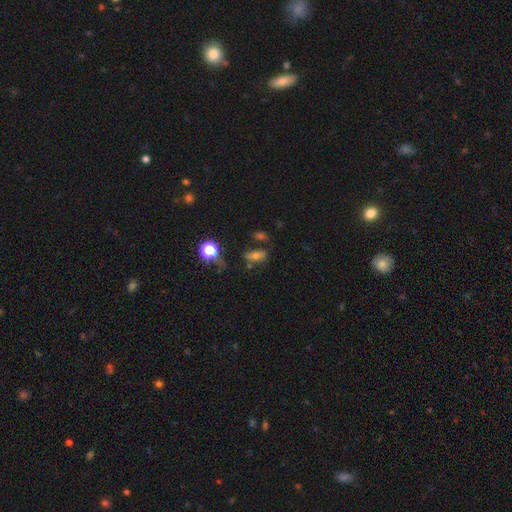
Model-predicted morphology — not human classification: smooth-or-featured: smooth: 57% | featured or disk: 22% | star or artifact: 21%
  how-rounded: in between: 76% | round: 14% | cigar-shaped: 10%
  merging: none: 56% | minor disturbance: 20% | merger: 12% | major disturbance: 12%